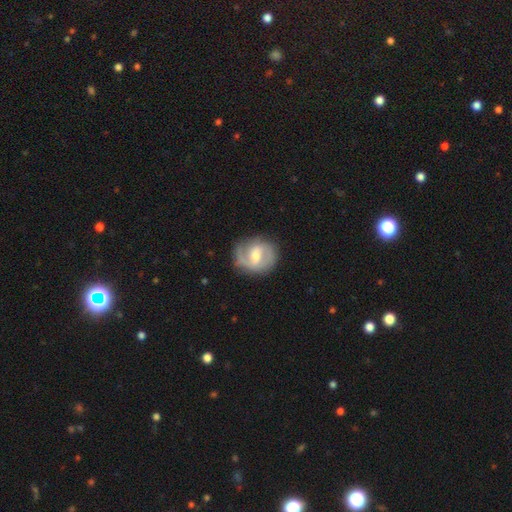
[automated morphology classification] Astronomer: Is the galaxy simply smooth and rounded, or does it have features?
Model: featured or disk — 76%.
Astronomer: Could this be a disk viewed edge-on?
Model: no — 97%.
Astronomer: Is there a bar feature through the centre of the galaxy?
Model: weak — 56%.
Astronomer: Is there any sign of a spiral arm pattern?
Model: yes — 89%.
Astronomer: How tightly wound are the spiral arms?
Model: medium — 49% (runner-up: tight, 30%).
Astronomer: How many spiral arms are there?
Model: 2 — 79%.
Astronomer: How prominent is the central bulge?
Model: moderate — 59%.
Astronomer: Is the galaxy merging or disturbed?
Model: none — 75%.